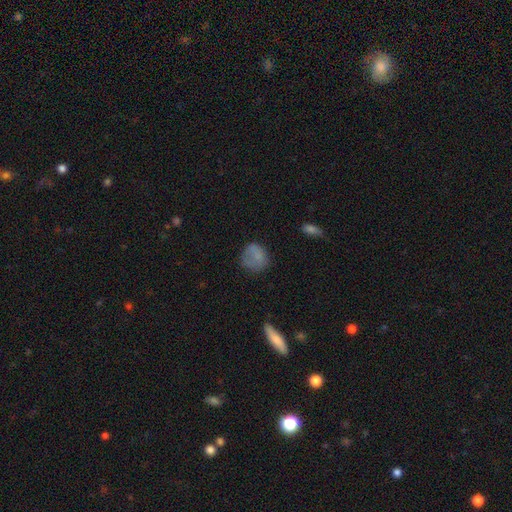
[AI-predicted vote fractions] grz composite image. It shows a smooth galaxy with no disk features (74%) that is round (75%). Merging: none (56%).